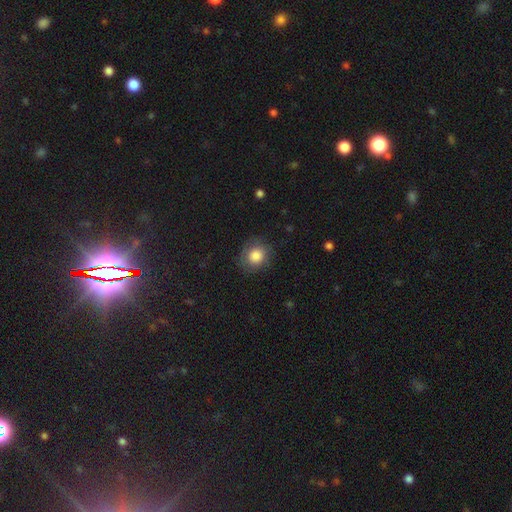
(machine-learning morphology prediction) Smooth or featured: smooth — 80% (featured or disk — 12%)
How rounded: round — 72% (in between — 27%)
Merging: none — 77% (minor disturbance — 16%)